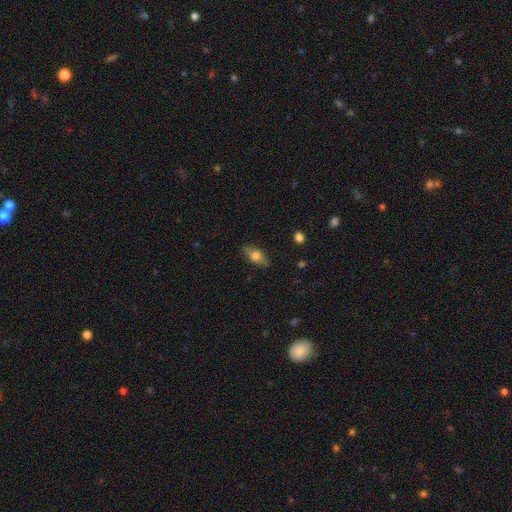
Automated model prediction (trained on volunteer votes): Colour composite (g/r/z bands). It shows a smooth galaxy with no disk features (65%) that is in between round and cigar-shaped (80%). Merging: none (84%).